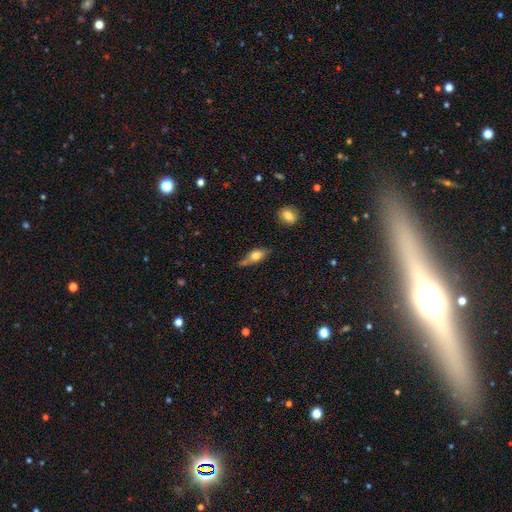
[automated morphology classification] The model was most divided on "merging": none: 53%, minor disturbance: 32%, major disturbance: 9%, merger: 7%. More confident: how rounded — in between (68%); smooth or featured — smooth (66%).